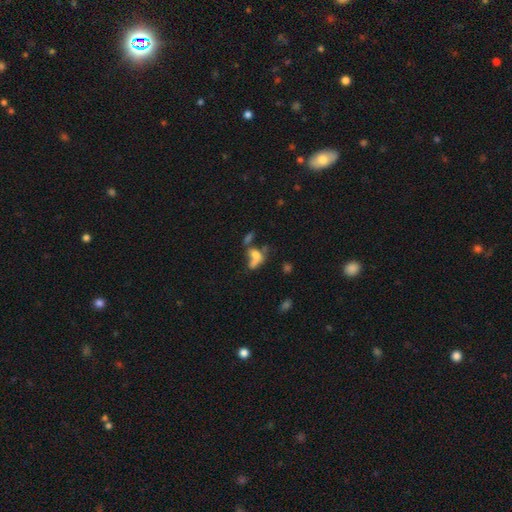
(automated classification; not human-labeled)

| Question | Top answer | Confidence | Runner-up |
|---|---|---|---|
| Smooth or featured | smooth | 54% | featured or disk (30%) |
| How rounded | in between | 72% | round (19%) |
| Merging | merger | 40% | major disturbance (24%) |